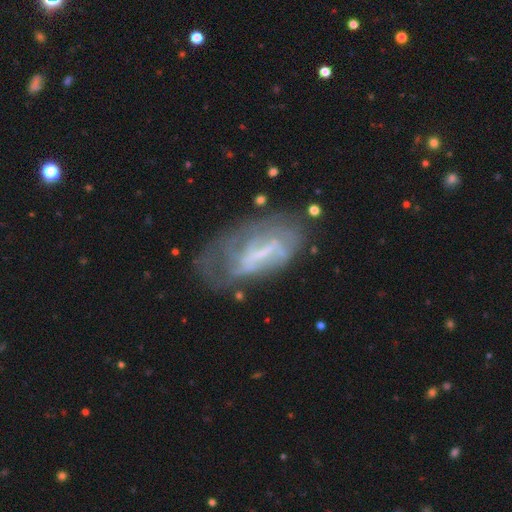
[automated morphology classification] A featured or disk galaxy (67%) with a weak bar (38%), spiral arms (54%) and no central bulge (39%). Merging: none (45%).